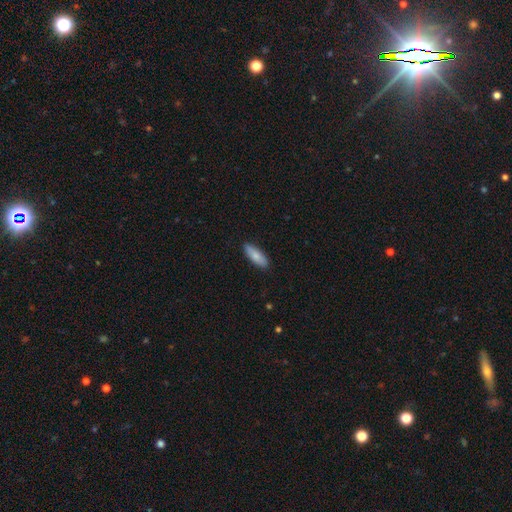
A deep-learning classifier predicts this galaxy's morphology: smooth-or-featured: smooth: 82% | featured or disk: 13% | star or artifact: 6%
  how-rounded: in between: 63% | cigar-shaped: 36% | round: 2%
  merging: none: 88% | minor disturbance: 9% | major disturbance: 2% | merger: 1%